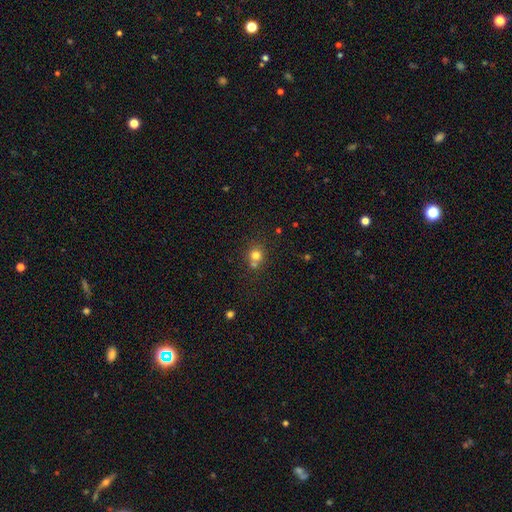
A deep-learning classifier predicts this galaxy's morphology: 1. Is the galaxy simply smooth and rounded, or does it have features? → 76% smooth, 14% star or artifact, 10% featured or disk.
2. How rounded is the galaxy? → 86% round, 13% in between, 1% cigar-shaped.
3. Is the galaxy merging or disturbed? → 53% none, 36% merger, 8% minor disturbance, 3% major disturbance.